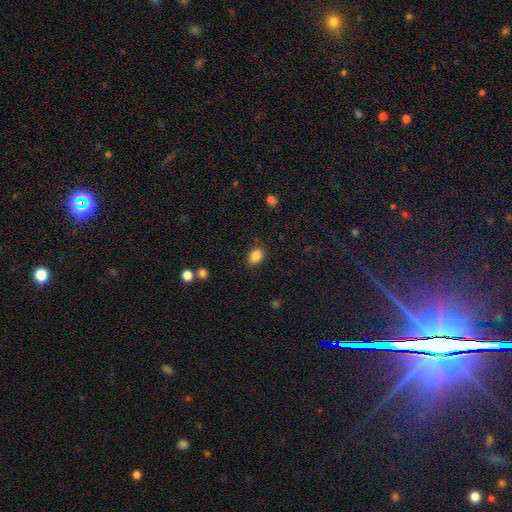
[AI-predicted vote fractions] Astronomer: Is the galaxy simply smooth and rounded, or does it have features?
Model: smooth — 86%.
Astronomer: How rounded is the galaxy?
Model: in between — 64%.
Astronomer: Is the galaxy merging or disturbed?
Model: none — 83%.